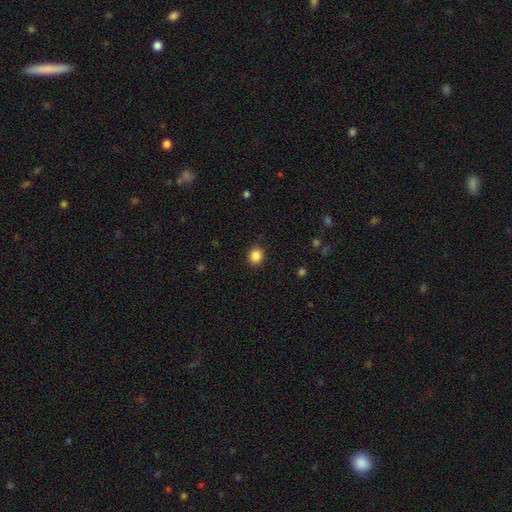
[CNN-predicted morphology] Smooth or featured? smooth (87%)
How rounded? round (71%)
Merging? none (90%)